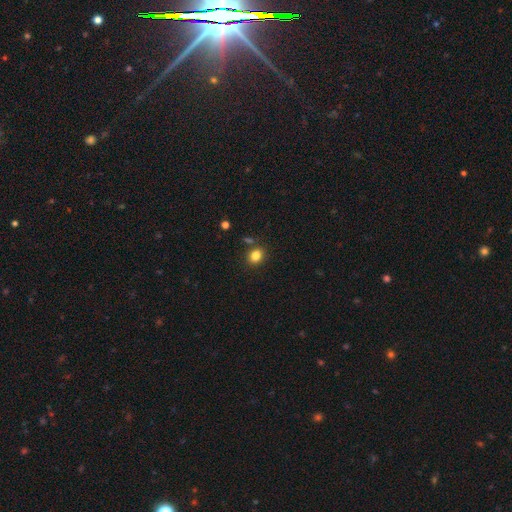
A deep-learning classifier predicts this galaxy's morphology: A smooth galaxy with no disk features (83%) that is round (57%).

Vote fractions:
- Smooth or featured? smooth: 83% / star or artifact: 12% / featured or disk: 5%
- How rounded? round: 57% / in between: 42% / cigar-shaped: 1%
- Merging? none: 81% / minor disturbance: 10% / merger: 6% / major disturbance: 3%